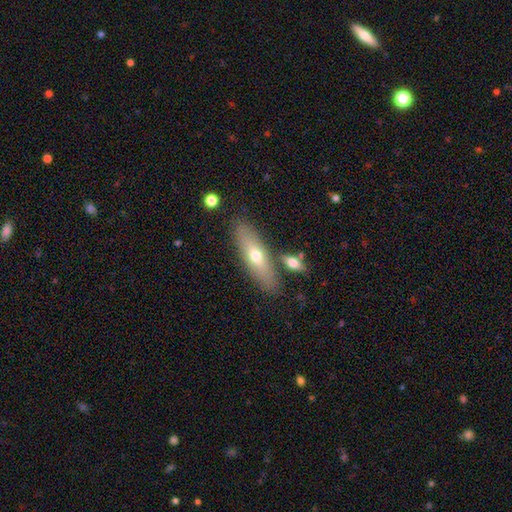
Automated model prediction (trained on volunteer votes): The model was most divided on "how rounded": cigar-shaped: 57%, in between: 41%, round: 3%. More confident: merging — none (78%); smooth or featured — smooth (56%).